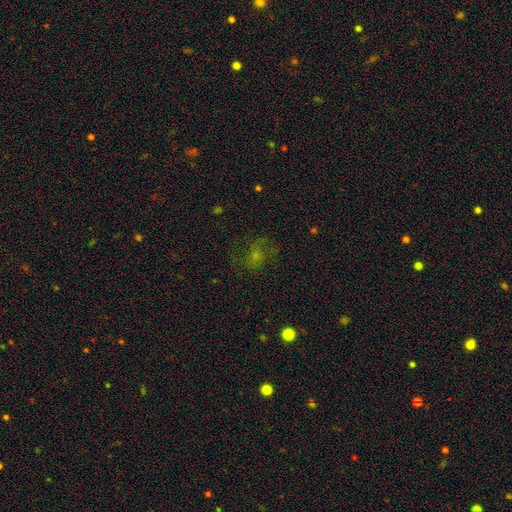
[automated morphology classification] Smooth or featured? Predicted: star or artifact (p=0.37).